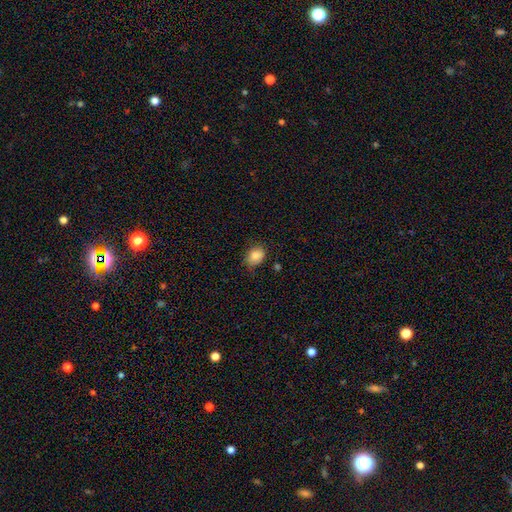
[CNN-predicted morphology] Q: Smooth or featured?
A: smooth (84%); runner-up: star or artifact (9%)
Q: How rounded?
A: in between (61%); runner-up: round (38%)
Q: Merging?
A: none (65%); runner-up: minor disturbance (27%)